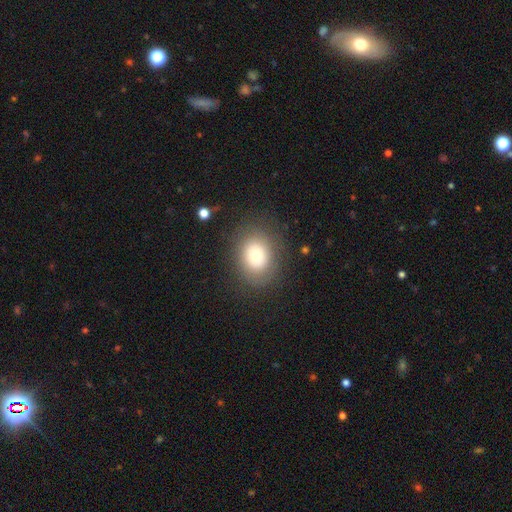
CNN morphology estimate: Smooth or featured: smooth — 70% (featured or disk — 19%)
How rounded: round — 53% (in between — 46%)
Merging: none — 81% (minor disturbance — 11%)